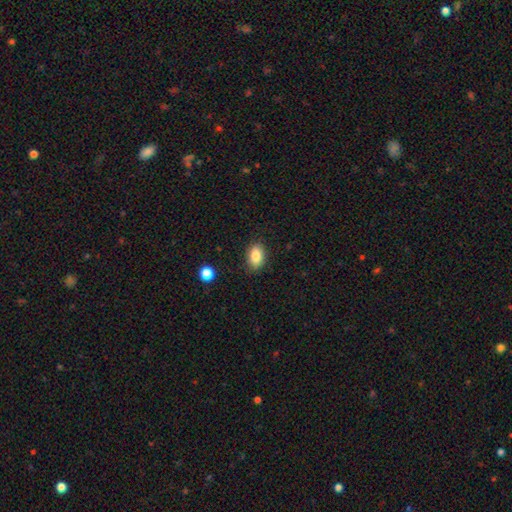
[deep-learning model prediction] smooth-or-featured: smooth: 85% | star or artifact: 8% | featured or disk: 7%
  how-rounded: in between: 88% | round: 11% | cigar-shaped: 2%
  merging: none: 86% | minor disturbance: 10% | major disturbance: 3% | merger: 1%